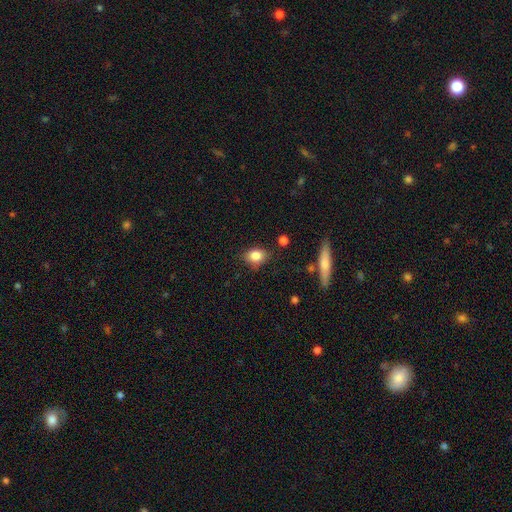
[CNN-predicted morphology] Q: Smooth or featured?
A: smooth (83%); runner-up: star or artifact (9%)
Q: How rounded?
A: in between (62%); runner-up: round (36%)
Q: Merging?
A: none (77%); runner-up: minor disturbance (17%)